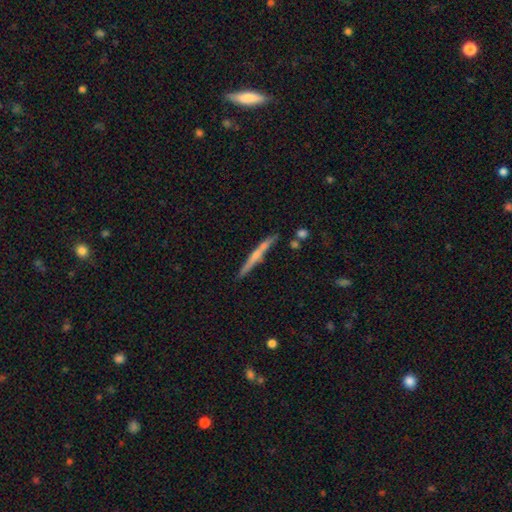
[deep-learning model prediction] Q: Smooth or featured?
A: featured or disk (67%); runner-up: smooth (26%)
Q: Edge-on disk?
A: yes (97%); runner-up: no (3%)
Q: Edge-on bulge?
A: rounded (60%); runner-up: none (34%)
Q: Merging?
A: none (85%); runner-up: minor disturbance (10%)